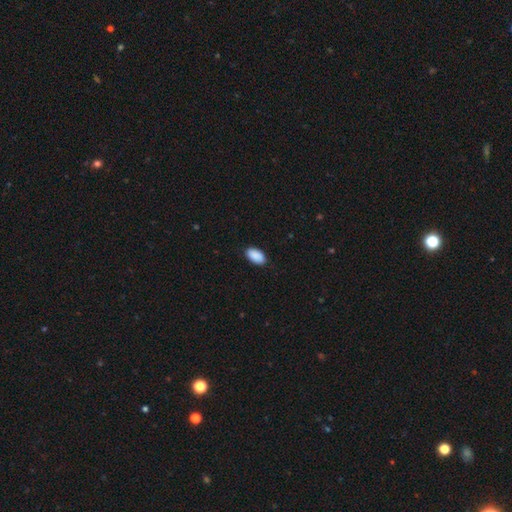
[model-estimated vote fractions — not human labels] Overall: smooth (91%). How rounded: in between (95%). Merging: none (89%).